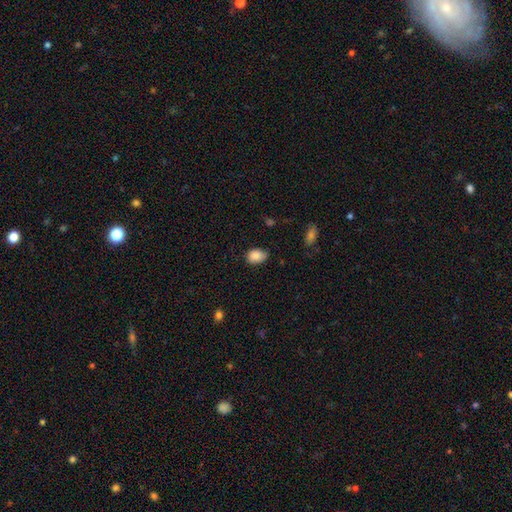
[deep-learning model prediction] This is clearly a smooth galaxy (87%). How rounded: likely in between (75%). Merging: likely none (62%).